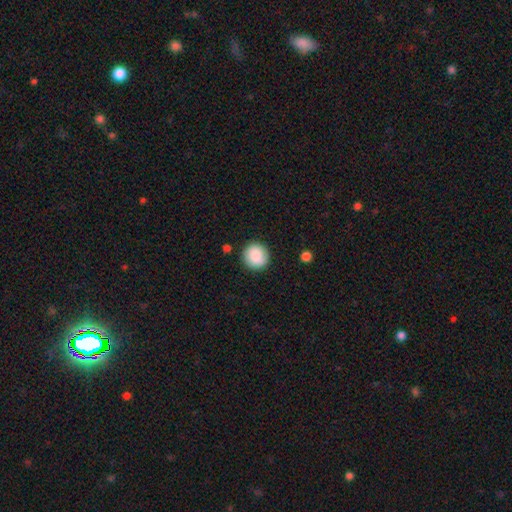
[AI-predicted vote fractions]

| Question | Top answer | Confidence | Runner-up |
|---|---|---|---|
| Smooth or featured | smooth | 85% | featured or disk (8%) |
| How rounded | round | 94% | in between (5%) |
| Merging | none | 89% | minor disturbance (7%) |